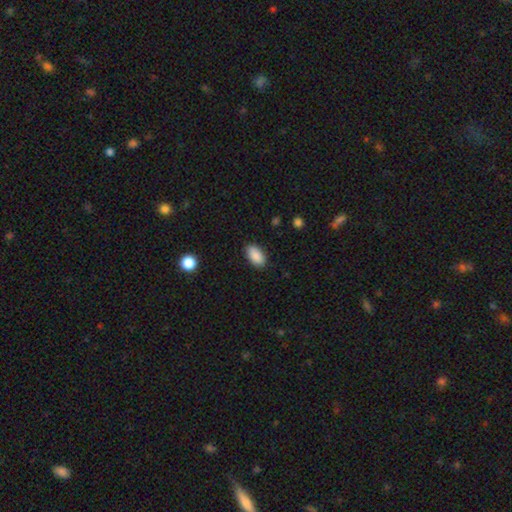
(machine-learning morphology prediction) smooth-or-featured: smooth: 89% | star or artifact: 7% | featured or disk: 4%
  how-rounded: in between: 94% | round: 4% | cigar-shaped: 3%
  merging: none: 87% | minor disturbance: 10% | major disturbance: 2% | merger: 1%